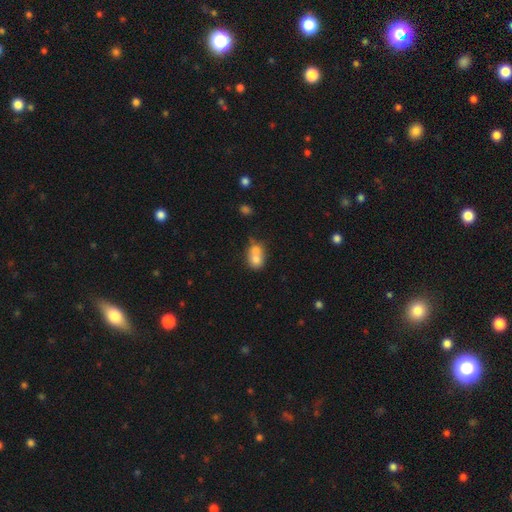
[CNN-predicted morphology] This is likely a smooth galaxy (71%). How rounded: possibly in between (51%). Merging: likely merger (64%).